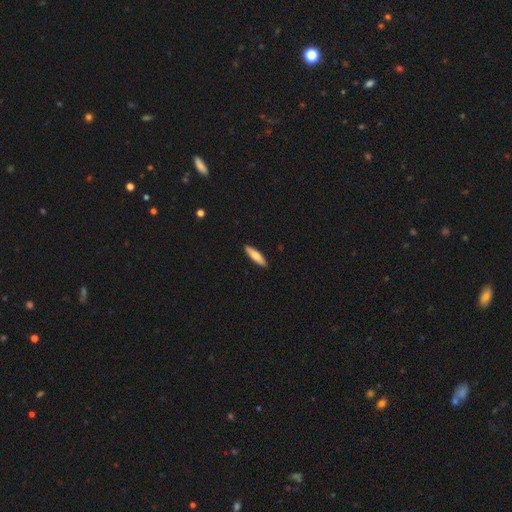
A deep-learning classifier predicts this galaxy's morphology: Smooth or featured?
  - smooth: 72% *
  - featured or disk: 23%
  - star or artifact: 5%
How rounded?
  - cigar-shaped: 77% *
  - in between: 22%
  - round: 2%
Merging?
  - none: 91% *
  - minor disturbance: 7%
  - major disturbance: 1%
  - merger: 1%